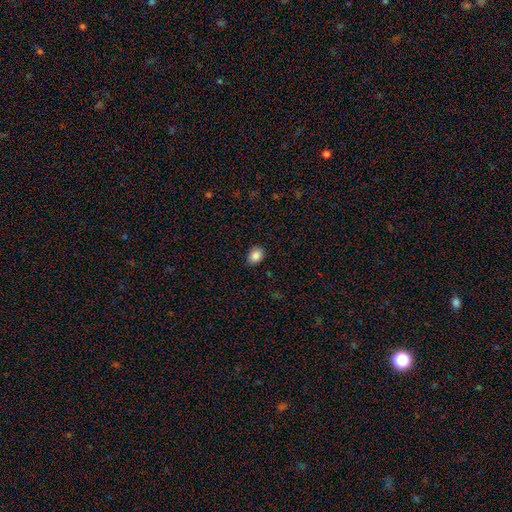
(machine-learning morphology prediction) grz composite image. It shows a smooth galaxy with no disk features (87%) that is in between round and cigar-shaped (62%). Merging: none (85%).